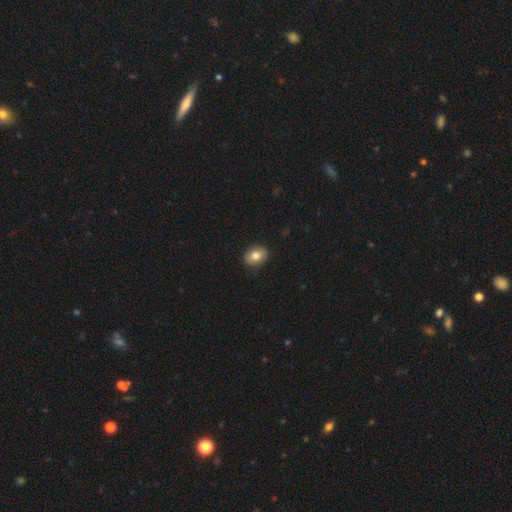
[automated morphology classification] A smooth galaxy with no disk features (81%) that is in between round and cigar-shaped (64%).

Vote fractions:
- Smooth or featured? smooth: 81% / featured or disk: 11% / star or artifact: 8%
- How rounded? in between: 64% / round: 35% / cigar-shaped: 1%
- Merging? none: 90% / minor disturbance: 7% / major disturbance: 2% / merger: 1%